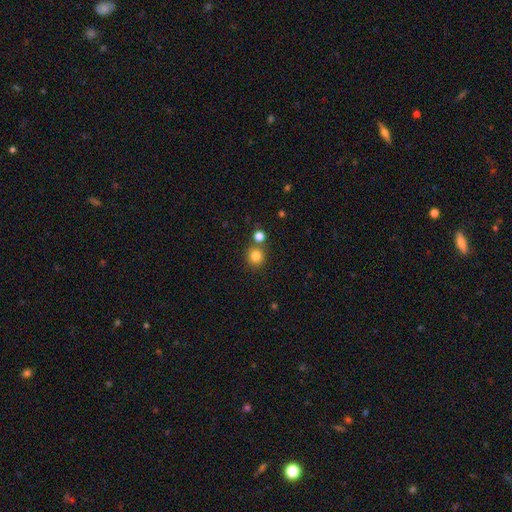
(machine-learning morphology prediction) smooth 82%, star or artifact 12%, featured or disk 5%. Down the decision tree: how rounded — round (91%); merging — none (74%).